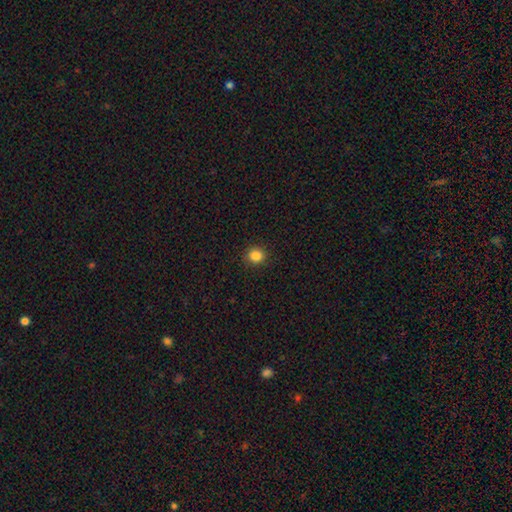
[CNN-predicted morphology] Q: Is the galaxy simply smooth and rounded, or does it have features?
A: smooth — 85%.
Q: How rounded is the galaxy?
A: round — 87%.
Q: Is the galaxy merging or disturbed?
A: none — 91%.